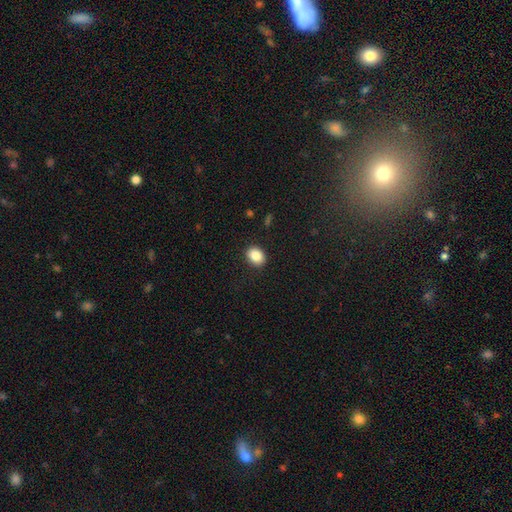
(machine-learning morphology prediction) smooth 87%, star or artifact 9%, featured or disk 5%. Down the decision tree: how rounded — in between (59%); merging — none (90%).